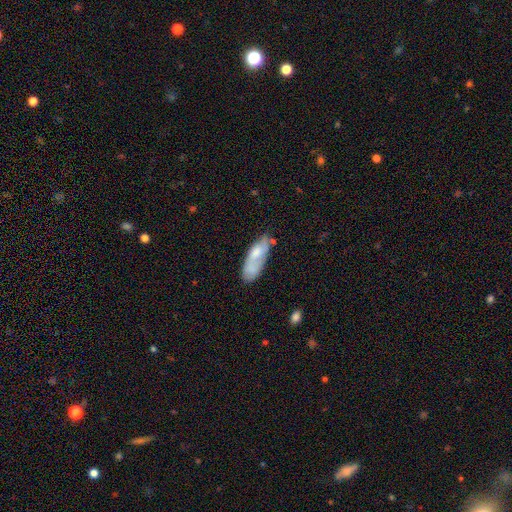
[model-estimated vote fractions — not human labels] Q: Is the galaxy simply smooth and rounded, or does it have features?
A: smooth — 60%.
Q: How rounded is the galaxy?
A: in between — 65%.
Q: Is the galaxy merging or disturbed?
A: none — 51%.